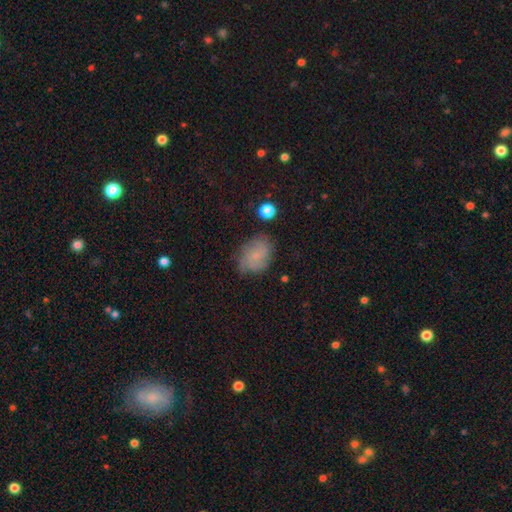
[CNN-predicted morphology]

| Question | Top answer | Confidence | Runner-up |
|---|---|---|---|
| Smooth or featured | smooth | 48% | featured or disk (41%) |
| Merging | none | 69% | minor disturbance (22%) |